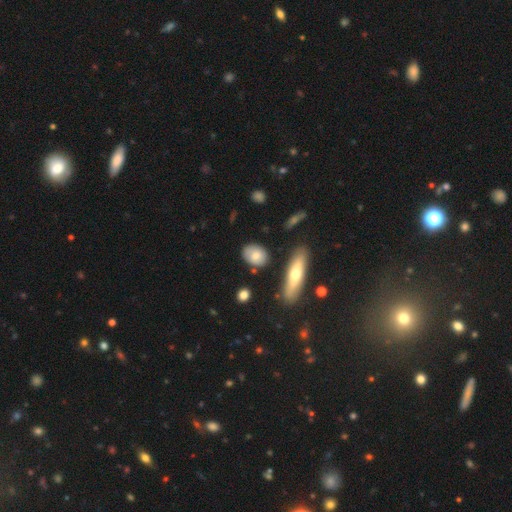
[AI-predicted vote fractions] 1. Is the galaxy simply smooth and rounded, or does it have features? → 73% smooth, 19% featured or disk, 7% star or artifact.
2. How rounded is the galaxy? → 69% in between, 27% round, 4% cigar-shaped.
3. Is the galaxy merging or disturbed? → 78% none, 15% minor disturbance, 4% merger, 4% major disturbance.